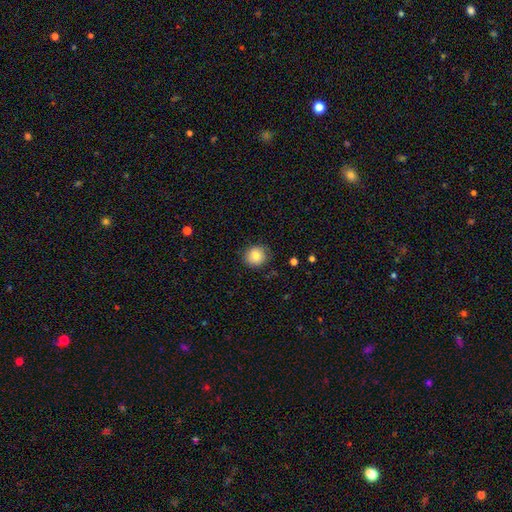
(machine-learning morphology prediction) A smooth galaxy with no disk features (82%) that is round (84%). Merging: none (82%).